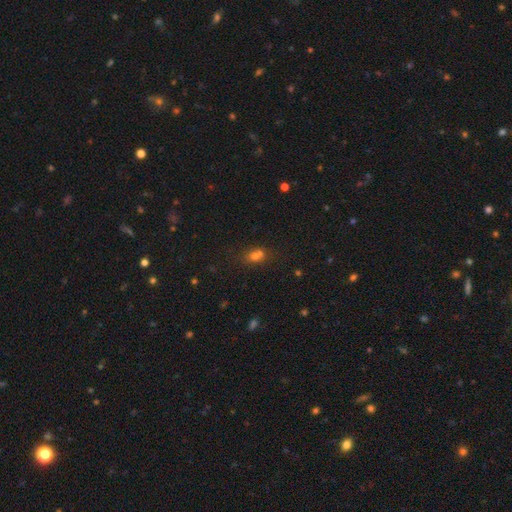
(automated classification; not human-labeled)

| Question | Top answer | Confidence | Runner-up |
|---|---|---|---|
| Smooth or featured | smooth | 64% | star or artifact (21%) |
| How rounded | round | 52% | in between (45%) |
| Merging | none | 45% | merger (39%) |